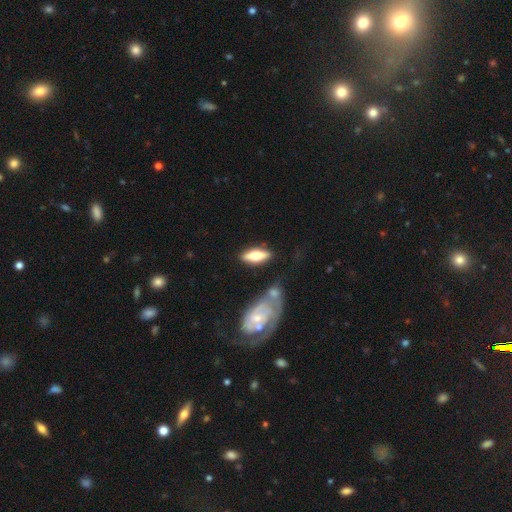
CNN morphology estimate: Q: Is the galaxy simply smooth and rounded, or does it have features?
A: smooth — 50%.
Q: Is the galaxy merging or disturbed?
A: none — 73%.